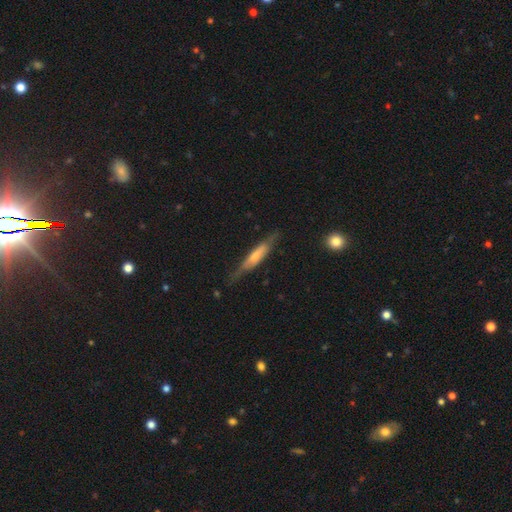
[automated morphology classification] smooth_or_featured: smooth (p=0.50) [alt: featured or disk p=0.44]
how_rounded: cigar-shaped (p=0.85) [alt: in between p=0.14]
merging: none (p=0.72) [alt: minor disturbance p=0.21]